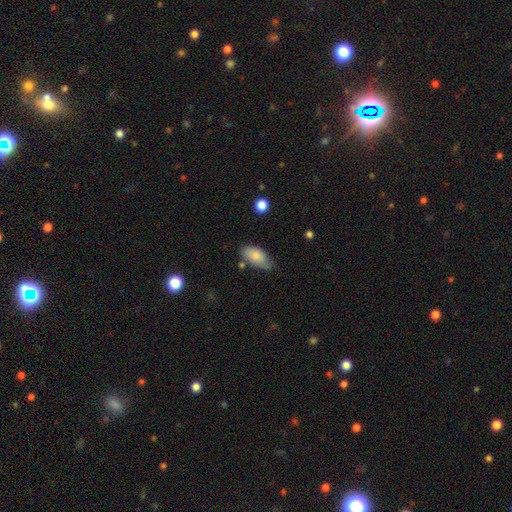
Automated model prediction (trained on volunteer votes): A smooth galaxy with no disk features (80%) that is in between round and cigar-shaped (93%). Merging: none (60%).